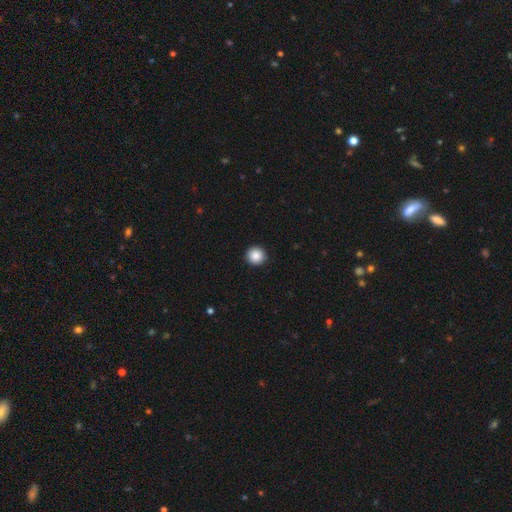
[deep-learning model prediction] A smooth galaxy with no disk features (87%) that is round (95%). Merging: none (93%).